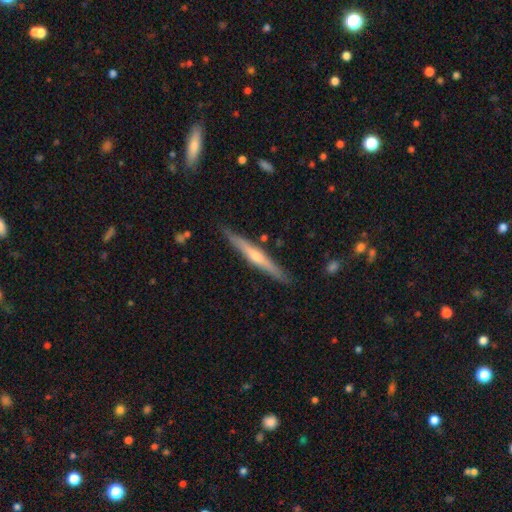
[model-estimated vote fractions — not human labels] This appears to be a featured or disk galaxy (63%) viewed edge-on (97%) with a rounded central bulge (70%). Merging: none (87%).